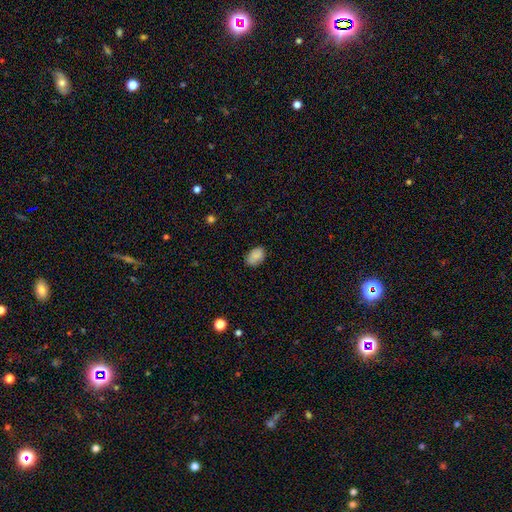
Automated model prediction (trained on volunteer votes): Smooth or featured? Predicted: smooth (p=0.86). How rounded? Predicted: in between (p=0.87). Merging? Predicted: none (p=0.80).